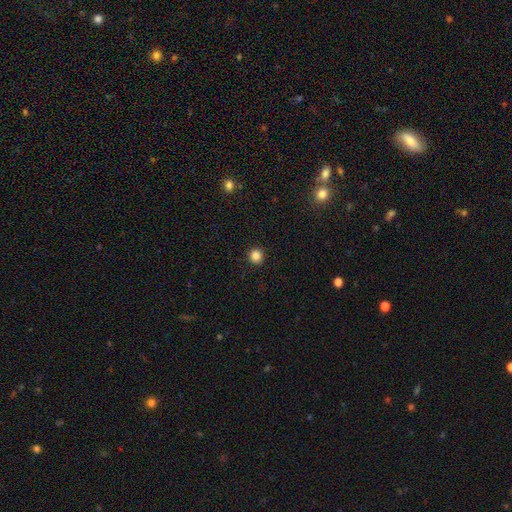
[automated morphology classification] type=smooth (85%); roundness=round (94%); merging=none (93%).